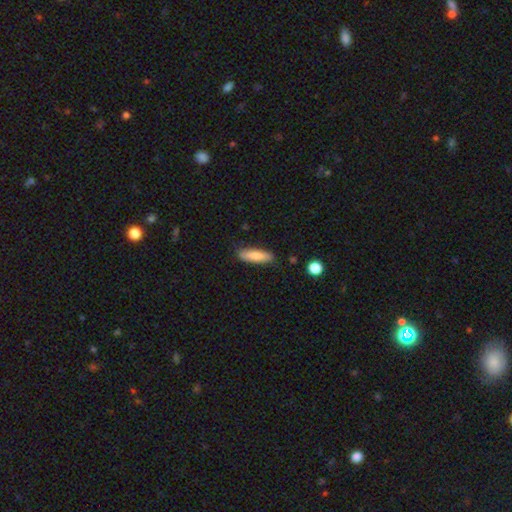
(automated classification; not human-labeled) smooth 79%, featured or disk 15%, star or artifact 6%. Down the decision tree: how rounded — cigar-shaped (58%); merging — none (82%).